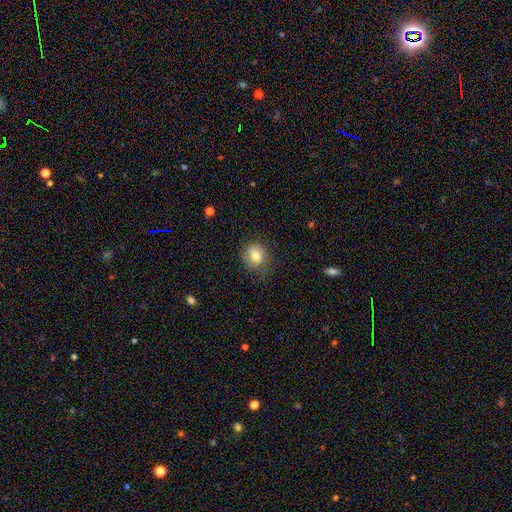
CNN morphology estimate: This is likely a smooth galaxy (79%). How rounded: clearly round (81%). Merging: likely none (69%).